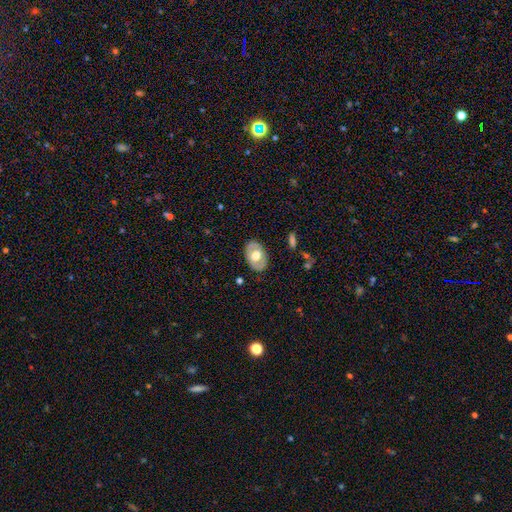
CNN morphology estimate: smooth-or-featured: smooth: 48% | featured or disk: 47% | star or artifact: 6%
  merging: none: 82% | minor disturbance: 13% | major disturbance: 4% | merger: 1%